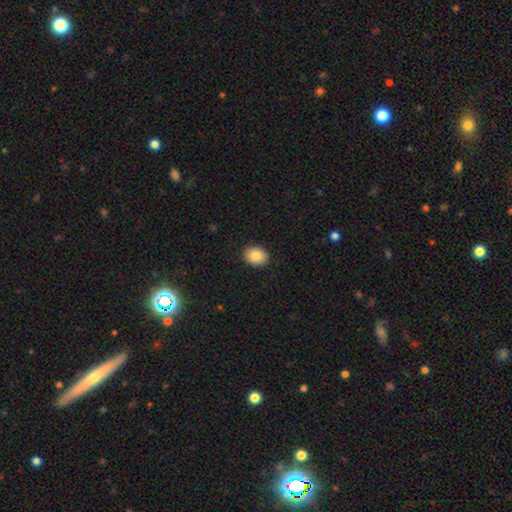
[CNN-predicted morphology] A smooth galaxy with no disk features (84%) that is in between round and cigar-shaped (55%).

Vote fractions:
- Smooth or featured? smooth: 84% / star or artifact: 8% / featured or disk: 7%
- How rounded? in between: 55% / round: 45% / cigar-shaped: 1%
- Merging? none: 90% / minor disturbance: 7% / major disturbance: 2% / merger: 1%